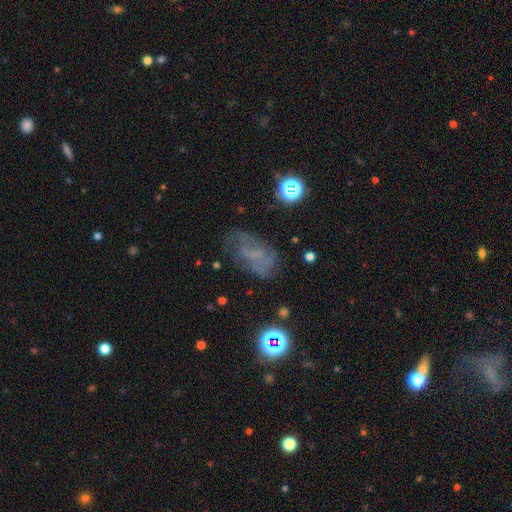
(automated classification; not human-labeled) smooth_or_featured: featured or disk (p=0.46) [alt: smooth p=0.30]
merging: none (p=0.56) [alt: minor disturbance p=0.22]